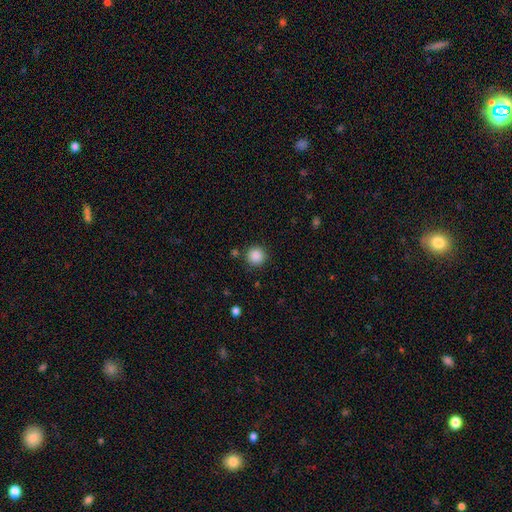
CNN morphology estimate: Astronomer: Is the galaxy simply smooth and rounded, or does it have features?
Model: smooth — 87%.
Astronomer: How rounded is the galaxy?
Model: round — 95%.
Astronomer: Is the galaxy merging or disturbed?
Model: none — 88%.